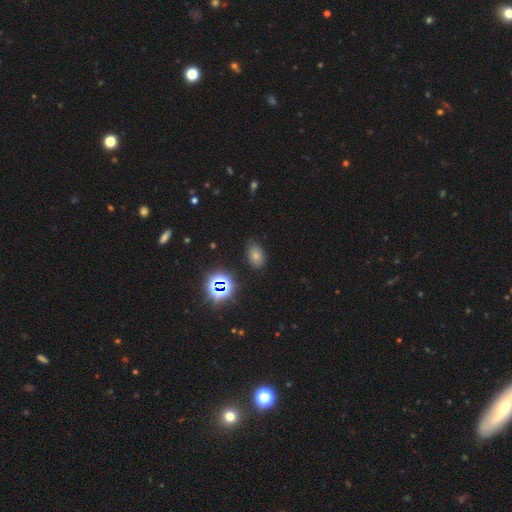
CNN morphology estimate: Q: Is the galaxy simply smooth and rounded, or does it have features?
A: smooth — 53%.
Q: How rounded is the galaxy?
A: in between — 75%.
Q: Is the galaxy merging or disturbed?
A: none — 84%.